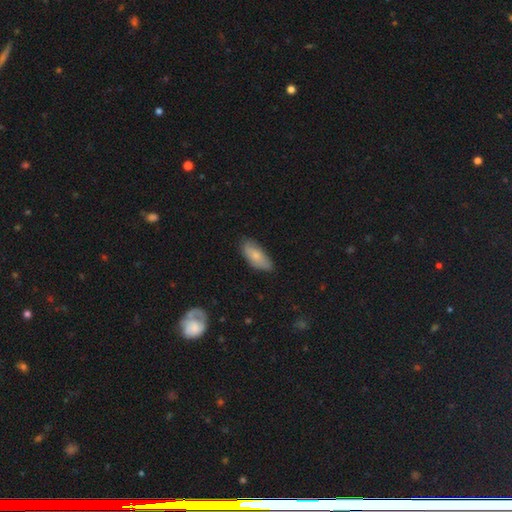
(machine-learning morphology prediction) Smooth or featured: smooth — 75% (featured or disk — 19%)
How rounded: in between — 85% (cigar-shaped — 13%)
Merging: none — 75% (minor disturbance — 21%)